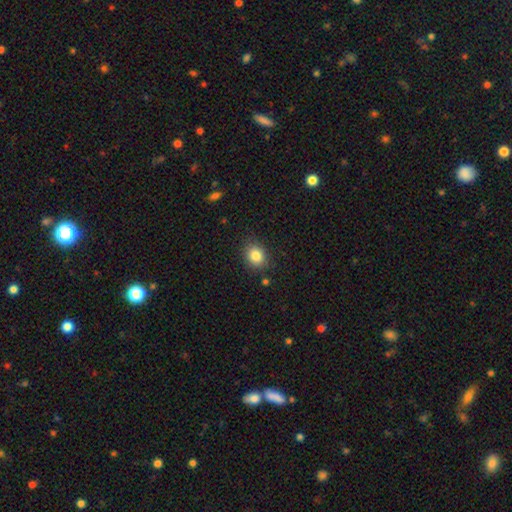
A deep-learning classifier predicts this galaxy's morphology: A smooth galaxy with no disk features (84%) that is round (60%).

Vote fractions:
- Smooth or featured? smooth: 84% / star or artifact: 10% / featured or disk: 6%
- How rounded? round: 60% / in between: 39% / cigar-shaped: 1%
- Merging? none: 84% / minor disturbance: 11% / major disturbance: 3% / merger: 2%